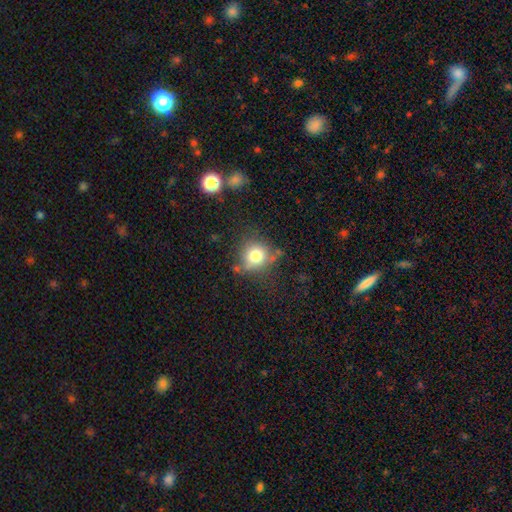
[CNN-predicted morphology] type=smooth (75%); roundness=round (84%); merging=none (66%).